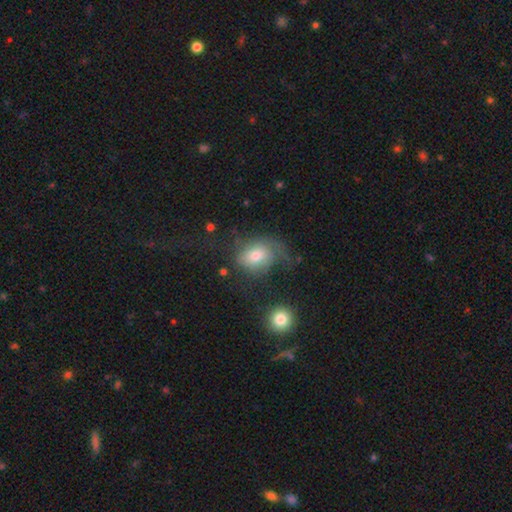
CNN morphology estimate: smooth_or_featured: smooth (p=0.65) [alt: featured or disk p=0.25]
how_rounded: in between (p=0.56) [alt: round p=0.43]
merging: major disturbance (p=0.36) [alt: none p=0.35]